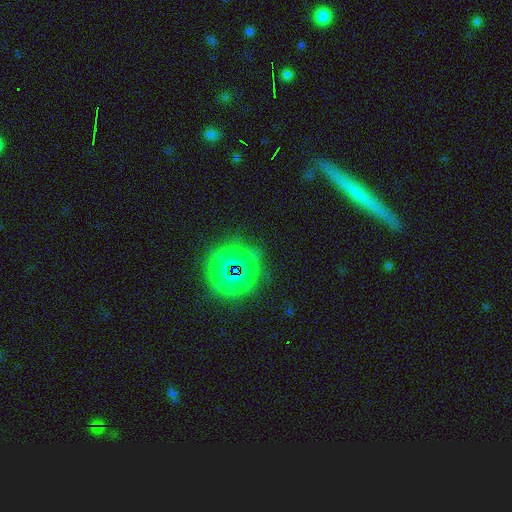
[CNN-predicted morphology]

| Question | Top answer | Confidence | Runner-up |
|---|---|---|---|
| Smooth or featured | star or artifact | 69% | smooth (21%) |